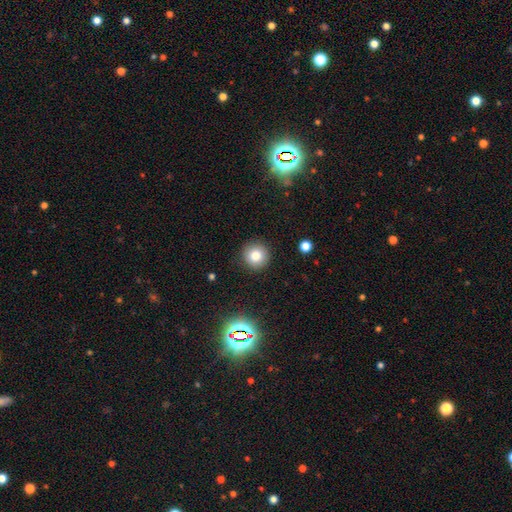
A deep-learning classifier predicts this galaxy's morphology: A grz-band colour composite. It shows a smooth galaxy with no disk features (80%) that is round (94%). Merging: none (91%).